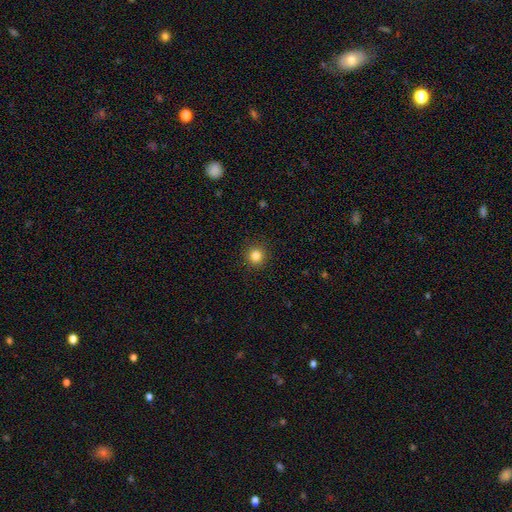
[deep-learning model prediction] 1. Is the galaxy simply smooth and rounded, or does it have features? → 84% smooth, 12% star or artifact, 4% featured or disk.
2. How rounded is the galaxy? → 93% round, 6% in between, 1% cigar-shaped.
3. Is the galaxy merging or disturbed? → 91% none, 6% minor disturbance, 2% major disturbance, 1% merger.